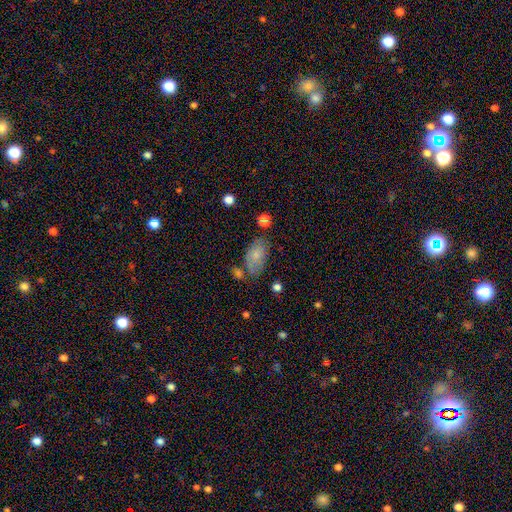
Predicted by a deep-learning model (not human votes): This appears to be a smooth galaxy with no disk features (73%) that is in between round and cigar-shaped (93%). Merging: none (58%).